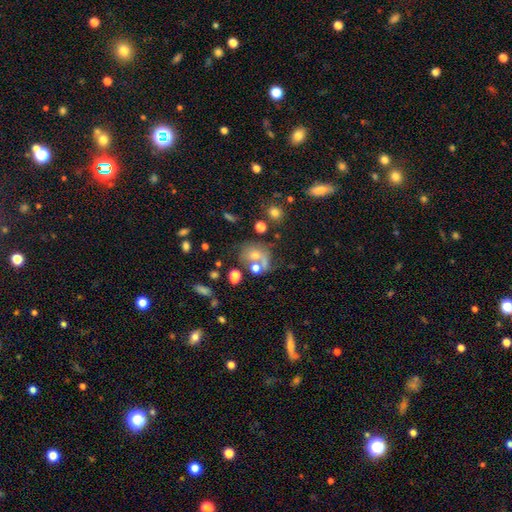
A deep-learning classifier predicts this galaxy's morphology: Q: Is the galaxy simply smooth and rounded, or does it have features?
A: smooth — 57%.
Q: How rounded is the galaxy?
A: round — 58%.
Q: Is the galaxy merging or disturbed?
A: none — 37%.